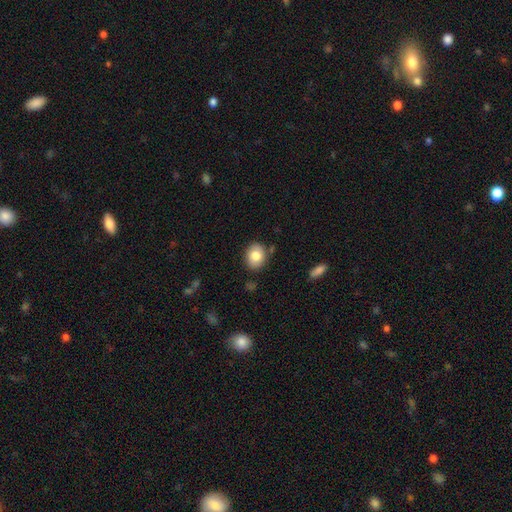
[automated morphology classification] This appears to be a smooth galaxy with no disk features (81%) that is round (52%). Merging: none (83%).